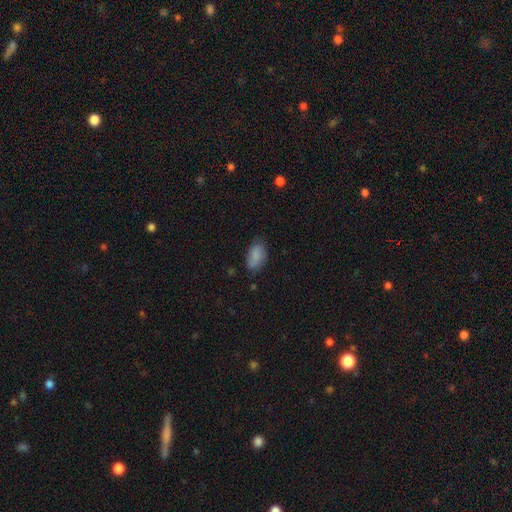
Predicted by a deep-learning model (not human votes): A smooth galaxy with no disk features (80%) that is in between round and cigar-shaped (92%).

Vote fractions:
- Smooth or featured? smooth: 80% / featured or disk: 12% / star or artifact: 8%
- How rounded? in between: 92% / round: 5% / cigar-shaped: 3%
- Merging? none: 70% / minor disturbance: 23% / major disturbance: 5% / merger: 2%